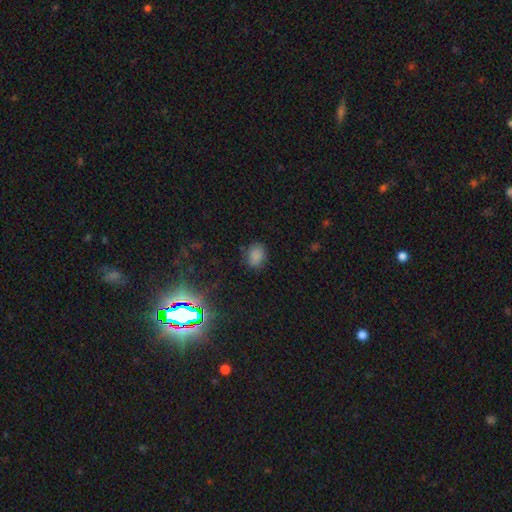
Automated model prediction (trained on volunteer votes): Overall: smooth (80%). How rounded: round (50%; in between 49%). Merging: none (79%).